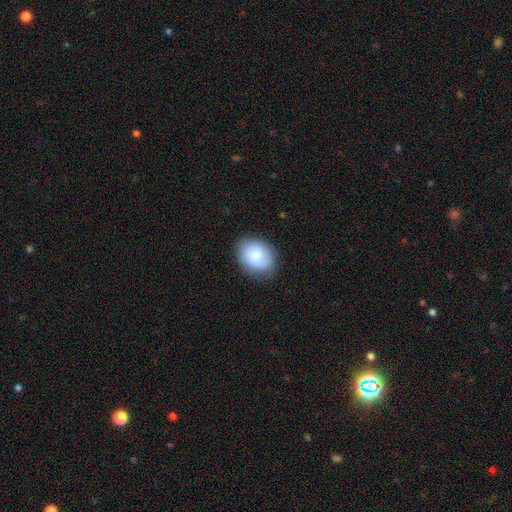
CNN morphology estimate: Smooth or featured? smooth (84%)
How rounded? in between (68%)
Merging? none (82%)